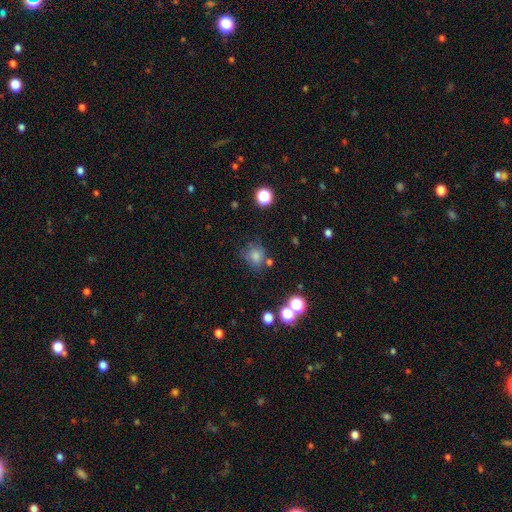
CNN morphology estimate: Smooth or featured? smooth (75%)
How rounded? round (76%)
Merging? none (67%)